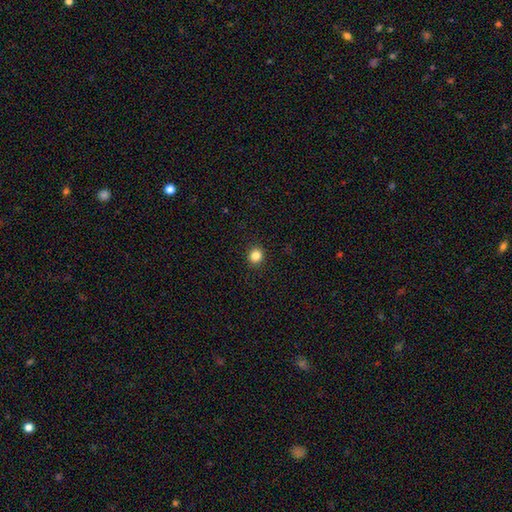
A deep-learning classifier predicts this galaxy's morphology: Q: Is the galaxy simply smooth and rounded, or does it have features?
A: smooth — 84%.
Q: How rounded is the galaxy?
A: round — 87%.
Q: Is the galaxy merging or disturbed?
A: none — 92%.